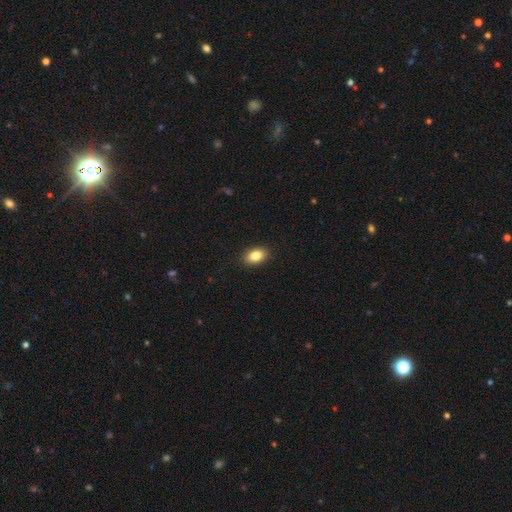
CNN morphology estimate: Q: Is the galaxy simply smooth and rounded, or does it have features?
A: smooth — 86%.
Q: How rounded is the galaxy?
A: in between — 87%.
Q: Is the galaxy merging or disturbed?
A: none — 89%.